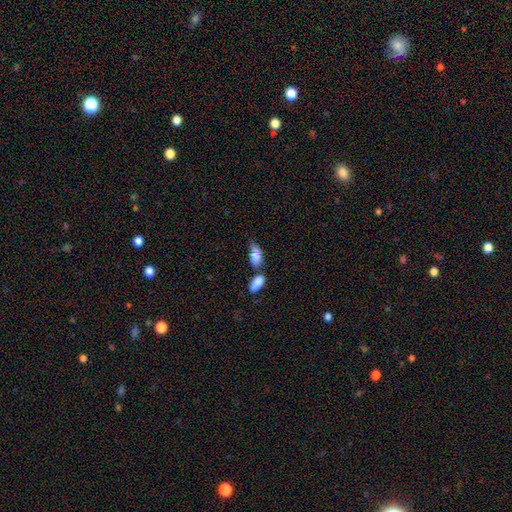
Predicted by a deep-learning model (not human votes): This is clearly a smooth galaxy (84%). How rounded: clearly in between (89%). Merging: marginally merger (41%).